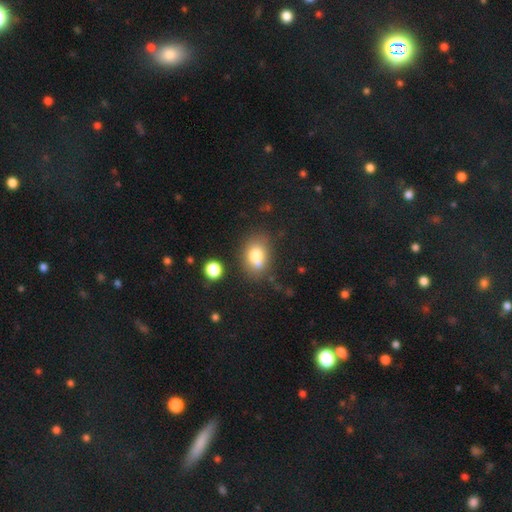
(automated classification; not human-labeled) Smooth or featured?
  - smooth: 74% *
  - featured or disk: 15%
  - star or artifact: 11%
How rounded?
  - in between: 68% *
  - round: 31%
  - cigar-shaped: 1%
Merging?
  - none: 59% *
  - minor disturbance: 19%
  - merger: 15%
  - major disturbance: 7%